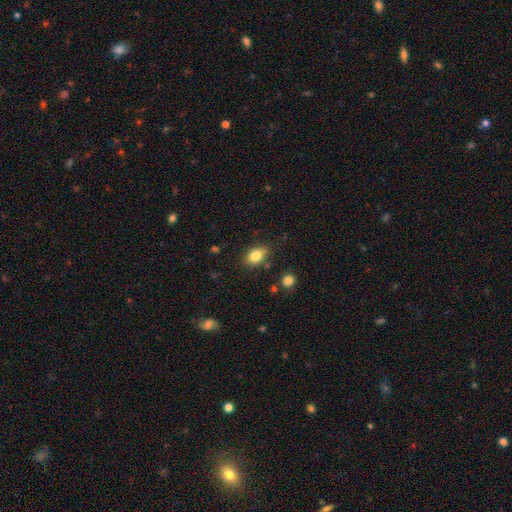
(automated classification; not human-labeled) This appears to be a smooth galaxy with no disk features (83%) that is in between round and cigar-shaped (74%). Merging: none (79%).